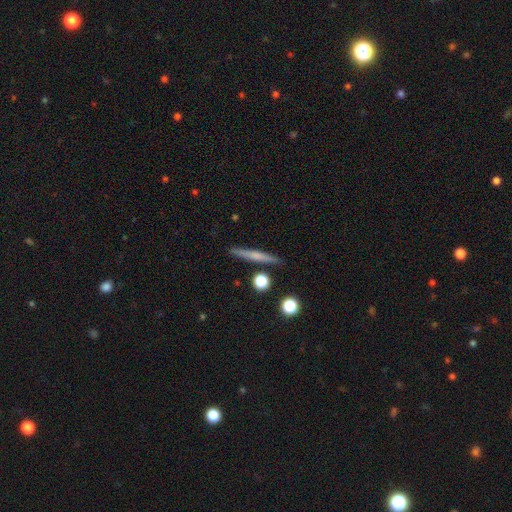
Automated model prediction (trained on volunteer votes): Smooth or featured? Predicted: smooth (p=0.48). Merging? Predicted: none (p=0.88).